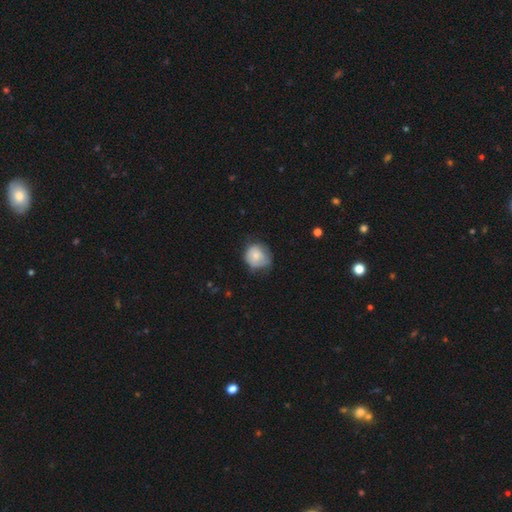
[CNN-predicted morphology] This appears to be a smooth galaxy with no disk features (74%) that is round (78%). Merging: none (53%).